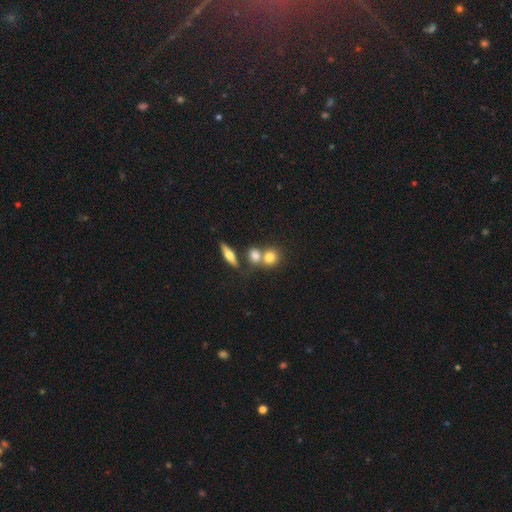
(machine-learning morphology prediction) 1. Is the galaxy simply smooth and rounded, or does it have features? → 74% smooth, 16% featured or disk, 10% star or artifact.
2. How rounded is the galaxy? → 72% round, 24% in between, 4% cigar-shaped.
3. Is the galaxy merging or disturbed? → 53% none, 35% merger, 9% minor disturbance, 3% major disturbance.